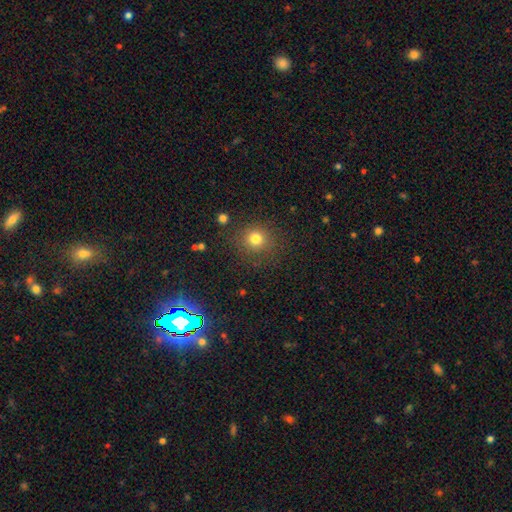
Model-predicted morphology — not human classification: This is possibly a smooth galaxy (48%). Merging: clearly none (88%).